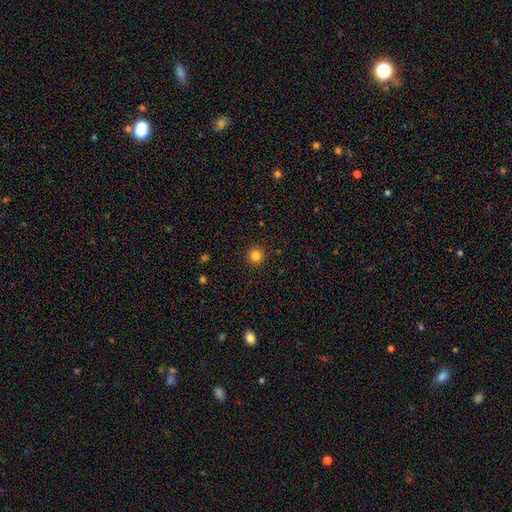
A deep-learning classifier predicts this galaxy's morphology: smooth-or-featured: smooth: 83% | star or artifact: 13% | featured or disk: 4%
  how-rounded: round: 95% | in between: 4% | cigar-shaped: 1%
  merging: none: 92% | minor disturbance: 5% | major disturbance: 2% | merger: 1%